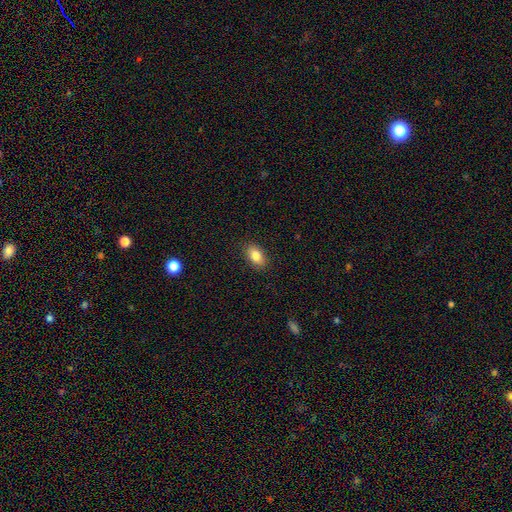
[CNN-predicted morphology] A smooth galaxy with no disk features (83%) that is in between round and cigar-shaped (89%). Merging: none (89%).